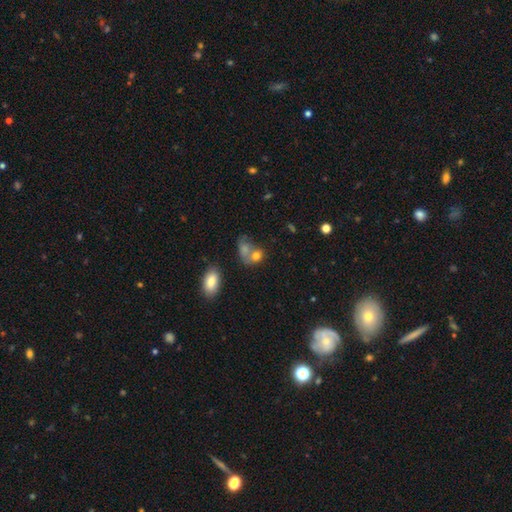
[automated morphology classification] Q: Smooth or featured?
A: smooth (74%); runner-up: featured or disk (15%)
Q: How rounded?
A: in between (54%); runner-up: round (44%)
Q: Merging?
A: merger (54%); runner-up: none (27%)